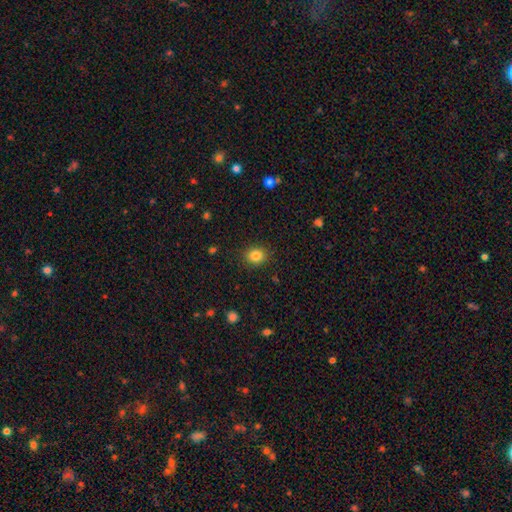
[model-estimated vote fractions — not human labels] The model was most divided on "how rounded": round: 64%, in between: 35%, cigar-shaped: 1%. More confident: merging — none (89%); smooth or featured — smooth (84%).